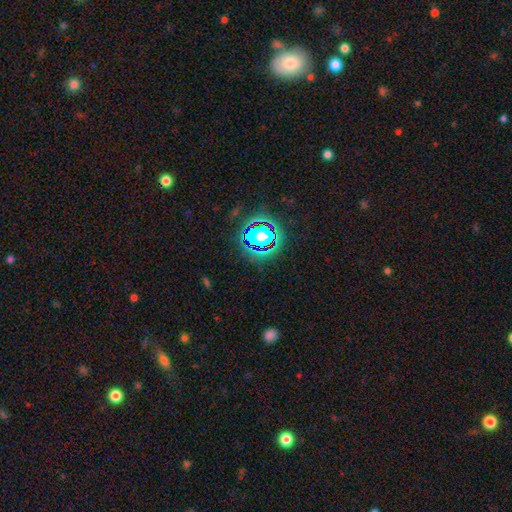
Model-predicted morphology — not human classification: smooth_or_featured: star or artifact (p=0.80) [alt: smooth p=0.12]